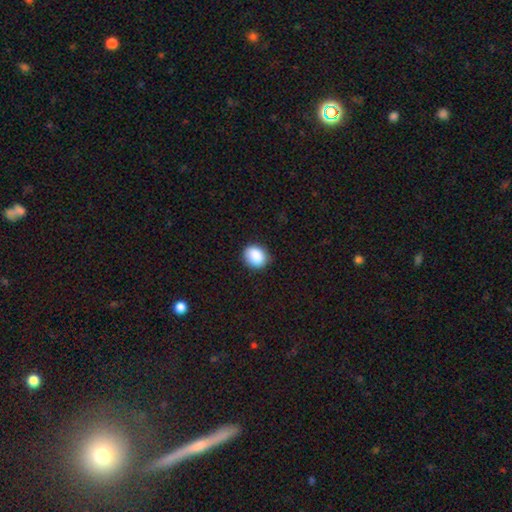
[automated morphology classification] Smooth or featured? smooth (89%)
How rounded? round (55%)
Merging? none (86%)